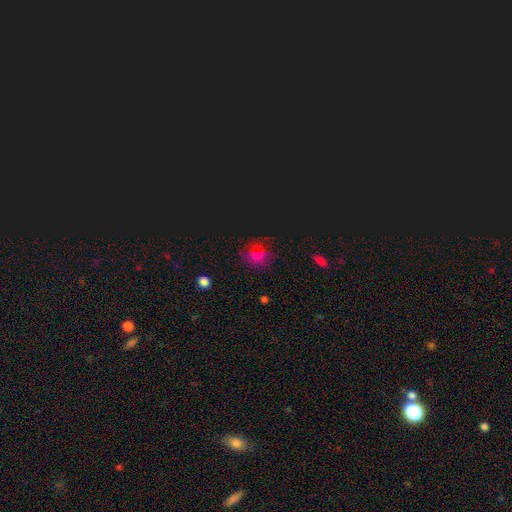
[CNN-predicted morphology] A smooth galaxy with no disk features (56%) that is round (70%). Merging: none (73%).